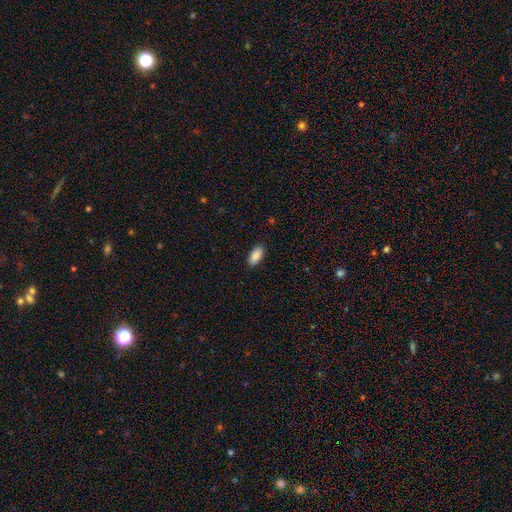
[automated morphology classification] Smooth or featured?
  - smooth: 90% *
  - star or artifact: 7%
  - featured or disk: 4%
How rounded?
  - in between: 93% *
  - cigar-shaped: 4%
  - round: 2%
Merging?
  - none: 89% *
  - minor disturbance: 8%
  - major disturbance: 2%
  - merger: 1%